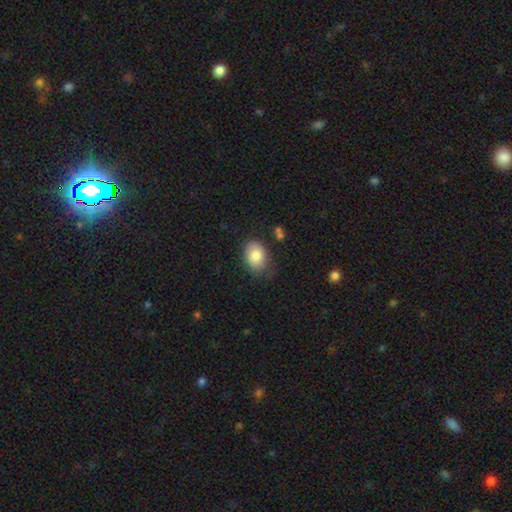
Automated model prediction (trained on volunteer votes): Smooth or featured?
  - smooth: 83% *
  - featured or disk: 10%
  - star or artifact: 7%
How rounded?
  - in between: 78% *
  - round: 21%
  - cigar-shaped: 1%
Merging?
  - none: 71% *
  - minor disturbance: 21%
  - major disturbance: 5%
  - merger: 2%